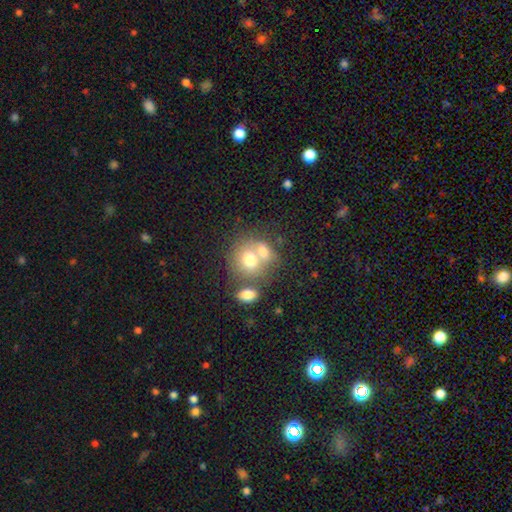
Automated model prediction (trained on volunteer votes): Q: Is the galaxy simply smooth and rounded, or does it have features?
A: smooth — 67%.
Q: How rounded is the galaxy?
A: round — 72%.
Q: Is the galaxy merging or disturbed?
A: merger — 56%.